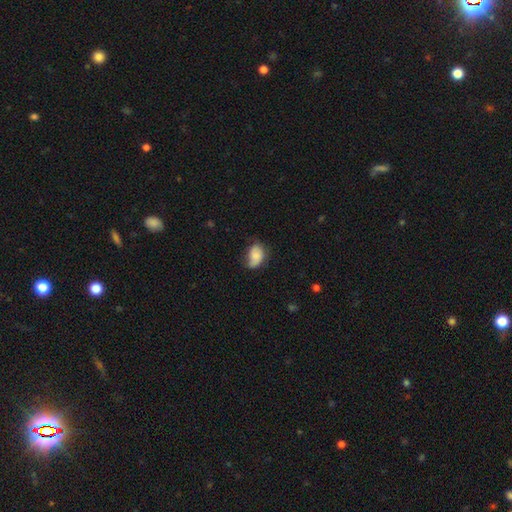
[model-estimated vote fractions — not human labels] Morphology: type=smooth (75%); roundness=in between (84%); merging=none (46%).